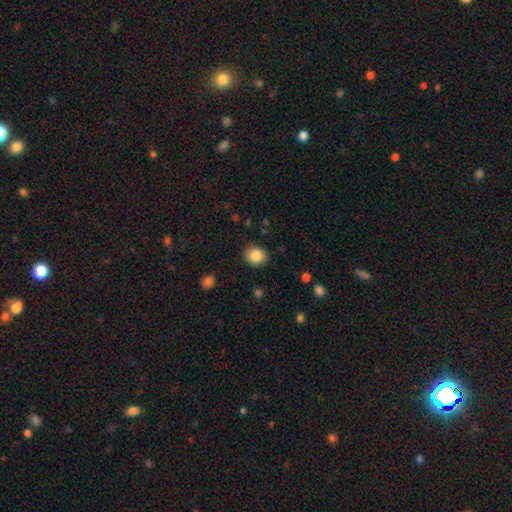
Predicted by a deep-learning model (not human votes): A smooth galaxy with no disk features (86%) that is round (59%). Merging: none (86%).